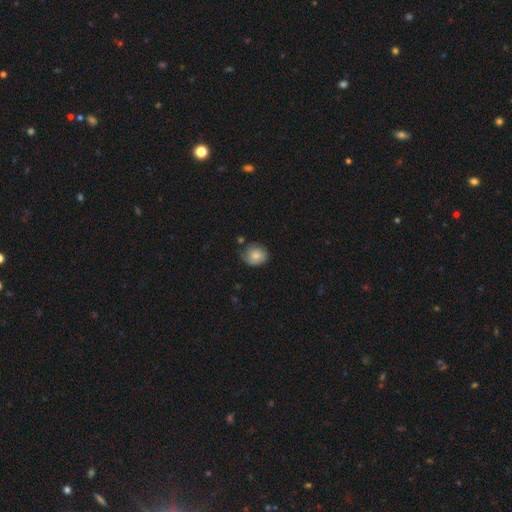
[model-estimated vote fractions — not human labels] This is likely a smooth galaxy (74%). How rounded: likely round (70%). Merging: likely none (61%).